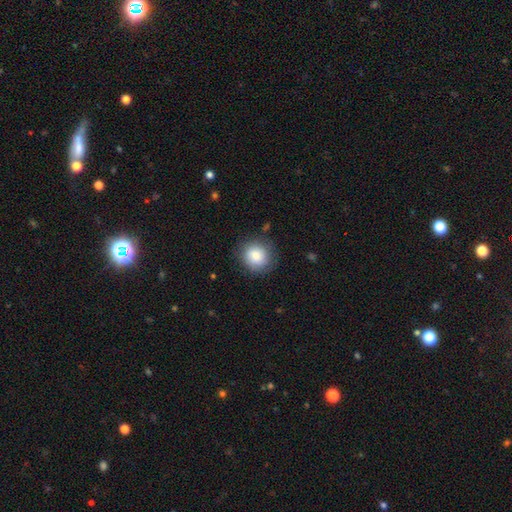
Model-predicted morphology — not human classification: This appears to be a smooth galaxy with no disk features (85%) that is round (86%). Merging: none (84%).